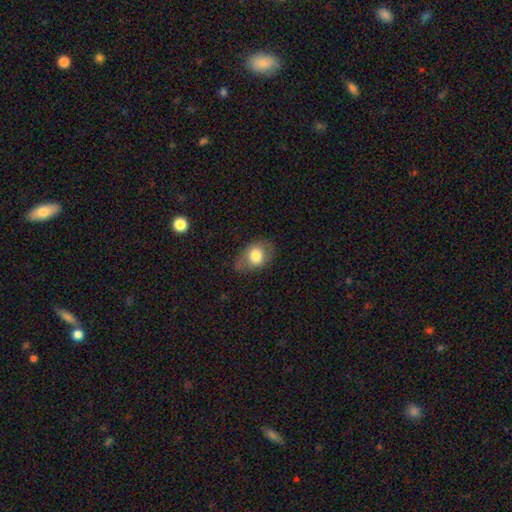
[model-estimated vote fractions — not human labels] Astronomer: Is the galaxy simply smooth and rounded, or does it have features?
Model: smooth — 73%.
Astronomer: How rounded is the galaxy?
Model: in between — 73%.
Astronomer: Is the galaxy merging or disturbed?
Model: none — 67%.